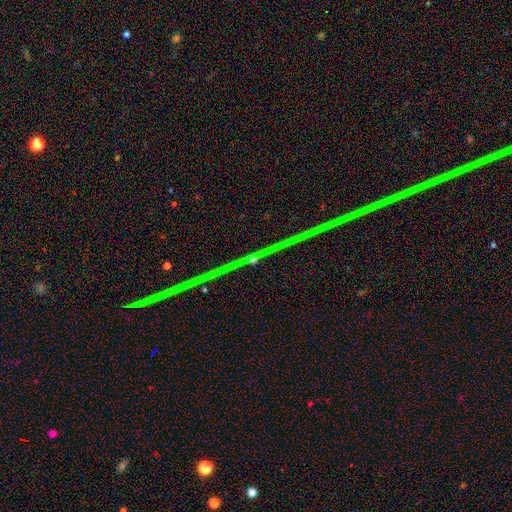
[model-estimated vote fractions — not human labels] Q: Smooth or featured?
A: star or artifact (89%); runner-up: featured or disk (6%)